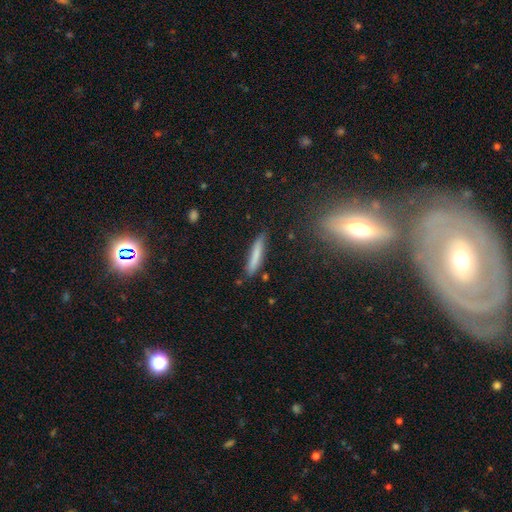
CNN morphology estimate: smooth-or-featured: smooth: 76% | featured or disk: 18% | star or artifact: 7%
  how-rounded: cigar-shaped: 91% | in between: 7% | round: 1%
  merging: none: 82% | minor disturbance: 12% | merger: 3% | major disturbance: 2%